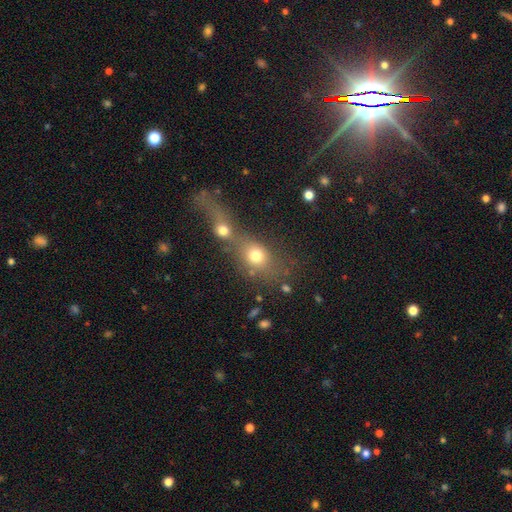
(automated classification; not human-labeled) Q: Smooth or featured?
A: smooth (71%); runner-up: featured or disk (15%)
Q: How rounded?
A: round (57%); runner-up: in between (40%)
Q: Merging?
A: merger (58%); runner-up: none (28%)